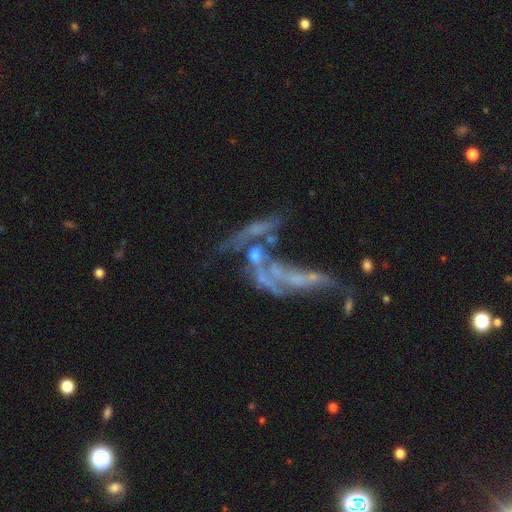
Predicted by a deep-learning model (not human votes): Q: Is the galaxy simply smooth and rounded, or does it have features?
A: featured or disk — 52%.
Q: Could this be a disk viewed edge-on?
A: no — 75%.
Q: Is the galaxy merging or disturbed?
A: merger — 47%.